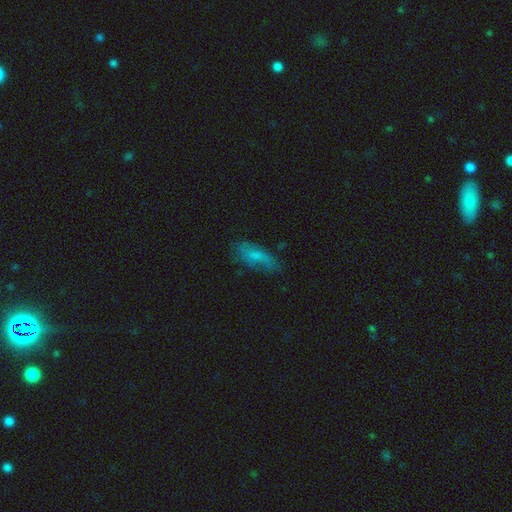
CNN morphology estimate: This appears to be a smooth galaxy with no disk features (60%) that is in between round and cigar-shaped (77%). Merging: none (62%).